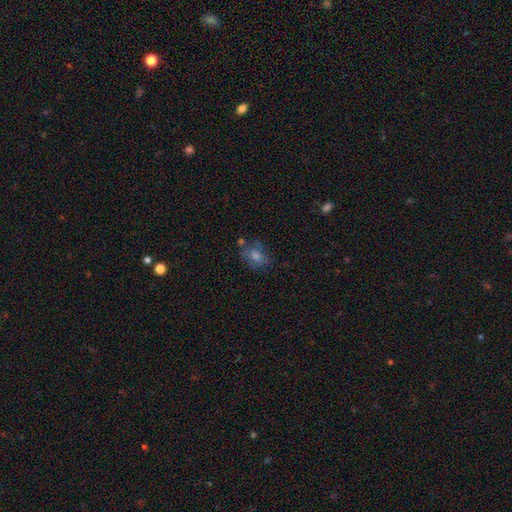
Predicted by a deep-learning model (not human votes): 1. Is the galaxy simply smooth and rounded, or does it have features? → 47% smooth, 30% featured or disk, 23% star or artifact.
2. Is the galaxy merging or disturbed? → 63% none, 20% minor disturbance, 10% major disturbance, 7% merger.